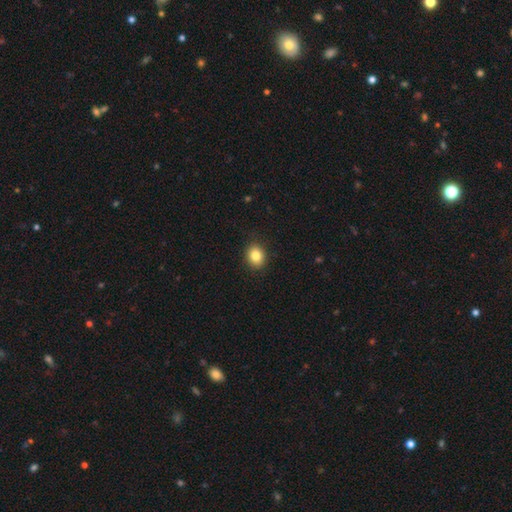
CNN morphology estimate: This is clearly a smooth galaxy (84%). How rounded: possibly round (55%). Merging: clearly none (89%).